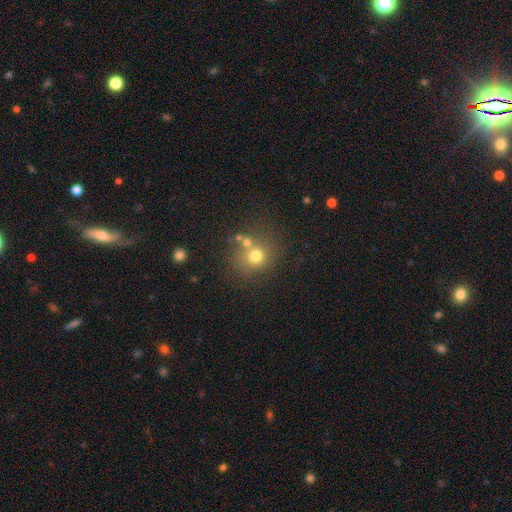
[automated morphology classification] type=smooth (71%); roundness=round (82%); merging=none (61%).